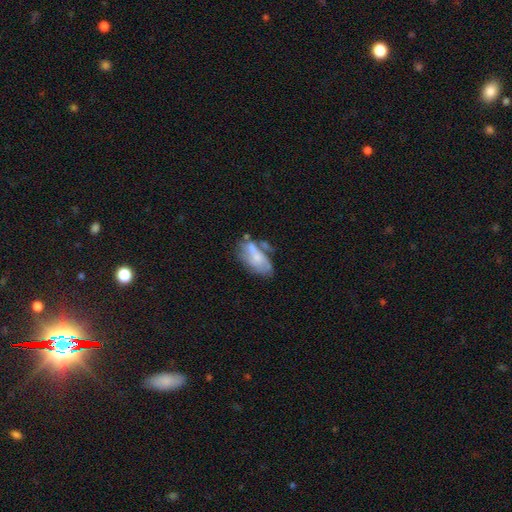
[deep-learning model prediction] smooth-or-featured: smooth: 50% | featured or disk: 42% | star or artifact: 8%
  merging: none: 33% | minor disturbance: 25% | merger: 23% | major disturbance: 19%